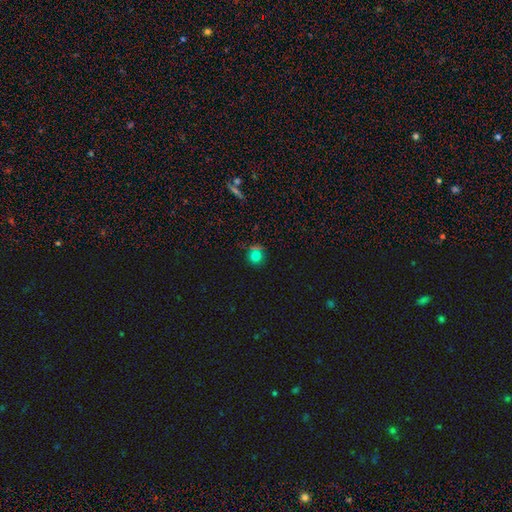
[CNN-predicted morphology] Q: Smooth or featured?
A: smooth (70%); runner-up: star or artifact (24%)
Q: How rounded?
A: round (89%); runner-up: in between (9%)
Q: Merging?
A: none (71%); runner-up: minor disturbance (14%)